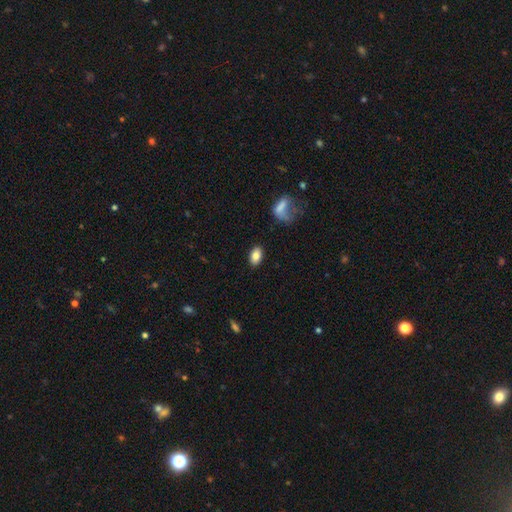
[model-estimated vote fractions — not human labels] Smooth or featured: smooth — 84% (star or artifact — 8%)
How rounded: in between — 89% (round — 9%)
Merging: none — 87% (minor disturbance — 9%)